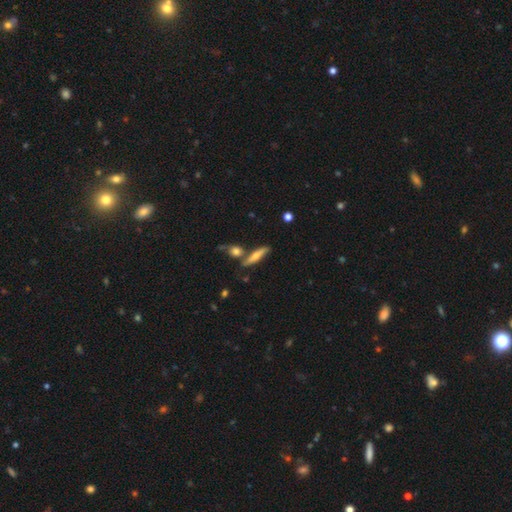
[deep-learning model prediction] Overall: featured or disk (48%; smooth 44%). Merging: none (67%).